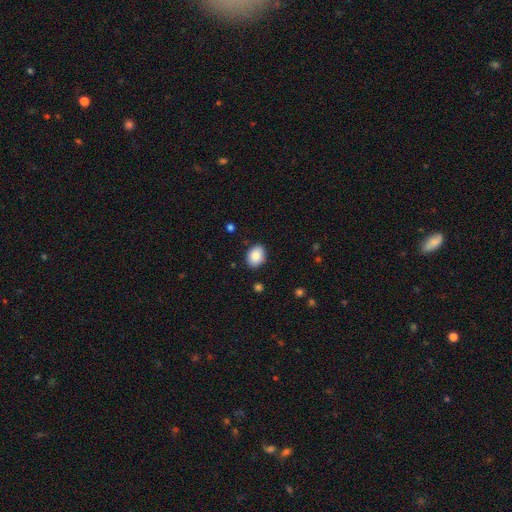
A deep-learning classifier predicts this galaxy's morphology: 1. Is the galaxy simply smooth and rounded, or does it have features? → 86% smooth, 8% star or artifact, 7% featured or disk.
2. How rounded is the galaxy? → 68% in between, 31% round, 1% cigar-shaped.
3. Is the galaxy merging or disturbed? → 88% none, 9% minor disturbance, 2% major disturbance, 1% merger.